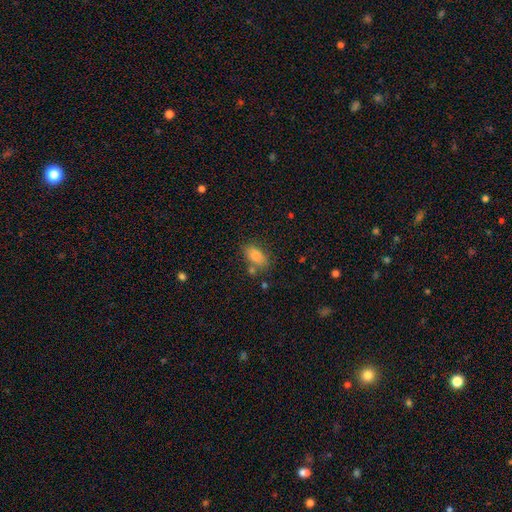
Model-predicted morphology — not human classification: Smooth or featured?
  - smooth: 84% *
  - star or artifact: 9%
  - featured or disk: 7%
How rounded?
  - in between: 90% *
  - round: 6%
  - cigar-shaped: 4%
Merging?
  - none: 65% *
  - minor disturbance: 18%
  - merger: 10%
  - major disturbance: 6%